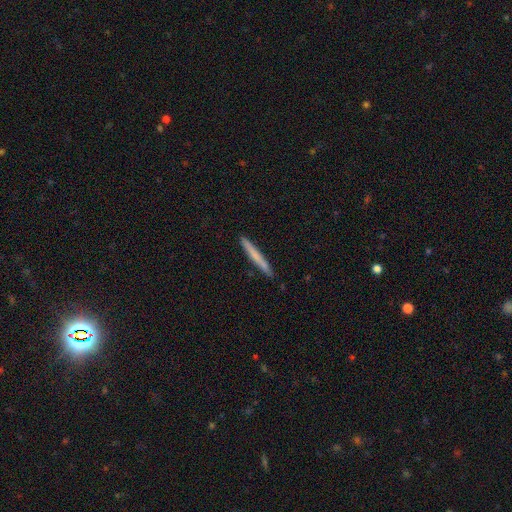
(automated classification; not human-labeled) smooth_or_featured: smooth (p=0.62) [alt: featured or disk p=0.32]
how_rounded: cigar-shaped (p=0.97) [alt: in between p=0.02]
merging: none (p=0.91) [alt: minor disturbance p=0.06]